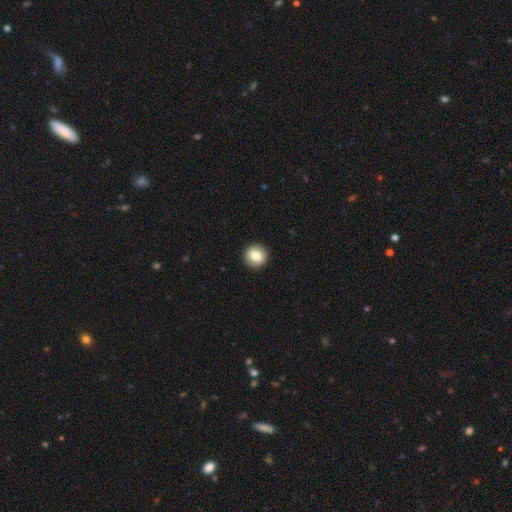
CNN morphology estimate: Smooth or featured: smooth — 79% (featured or disk — 13%)
How rounded: round — 91% (in between — 8%)
Merging: none — 92% (minor disturbance — 5%)